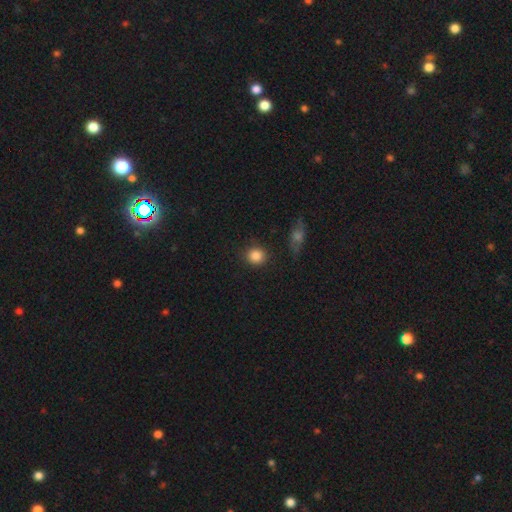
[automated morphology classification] smooth-or-featured: smooth: 86% | star or artifact: 9% | featured or disk: 4%
  how-rounded: round: 88% | in between: 10% | cigar-shaped: 1%
  merging: none: 87% | minor disturbance: 8% | major disturbance: 2% | merger: 2%